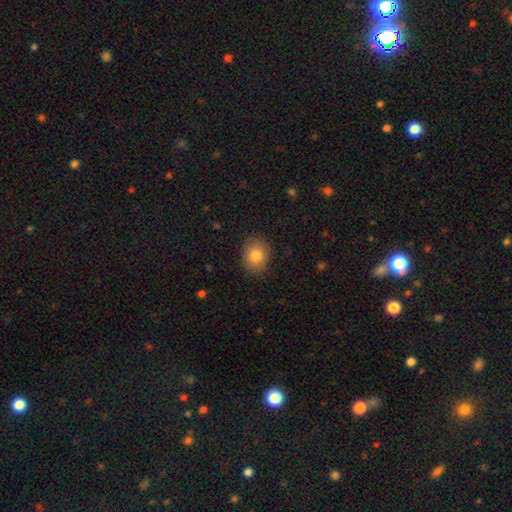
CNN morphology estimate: The model was most divided on "how rounded": round: 51%, in between: 48%, cigar-shaped: 1%. More confident: merging — none (85%); smooth or featured — smooth (82%).